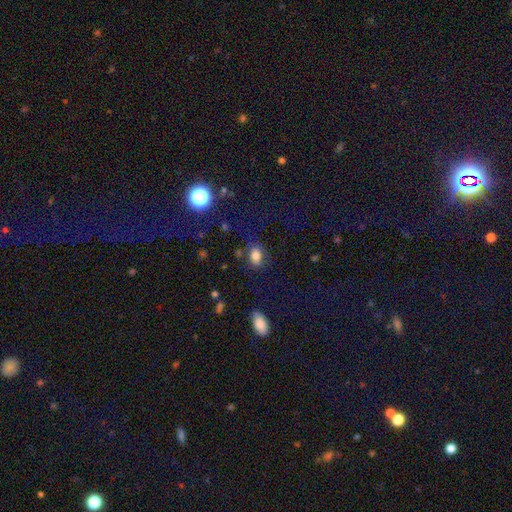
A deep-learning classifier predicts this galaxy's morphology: This is clearly a smooth galaxy (80%). How rounded: likely in between (77%). Merging: likely none (76%).